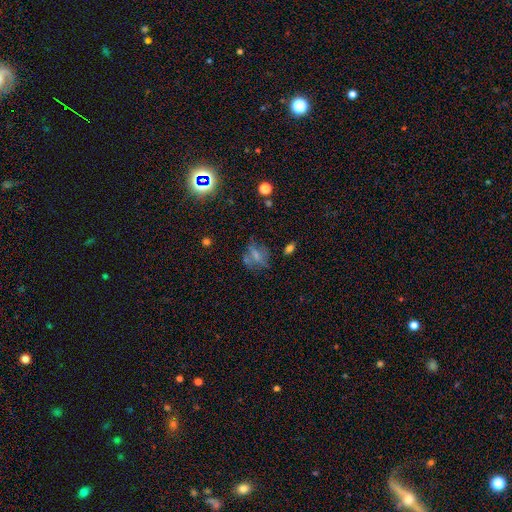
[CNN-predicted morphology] smooth_or_featured: smooth (p=0.52) [alt: featured or disk p=0.29]
how_rounded: in between (p=0.49) [alt: round p=0.46]
merging: none (p=0.51) [alt: minor disturbance p=0.21]